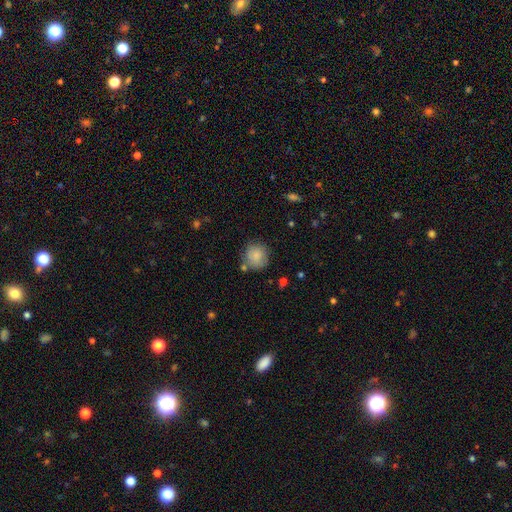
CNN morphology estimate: A smooth galaxy with no disk features (83%) that is round (88%). Merging: none (70%).